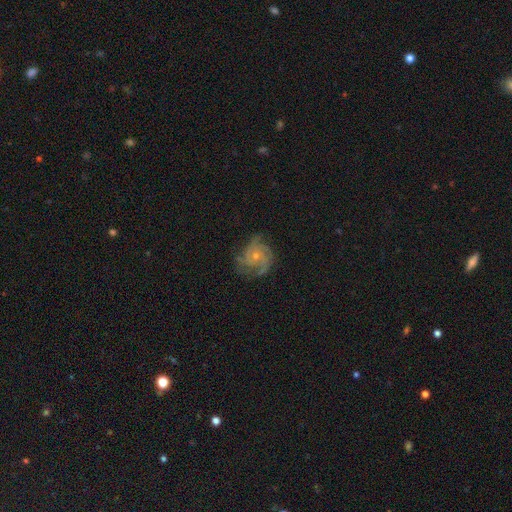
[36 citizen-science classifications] A featured or disk galaxy (92%) with no bar (85%), 4 (41%) medium (50%) spiral arms (97%) and a small central bulge (67%). Merging: none (71%).